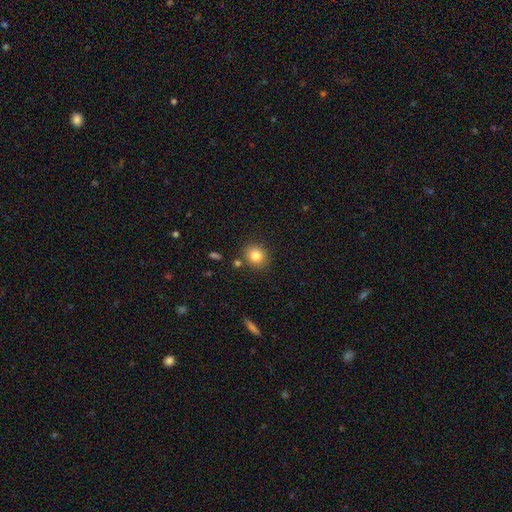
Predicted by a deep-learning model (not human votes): This is clearly a smooth galaxy (83%). How rounded: likely round (76%). Merging: clearly none (83%).